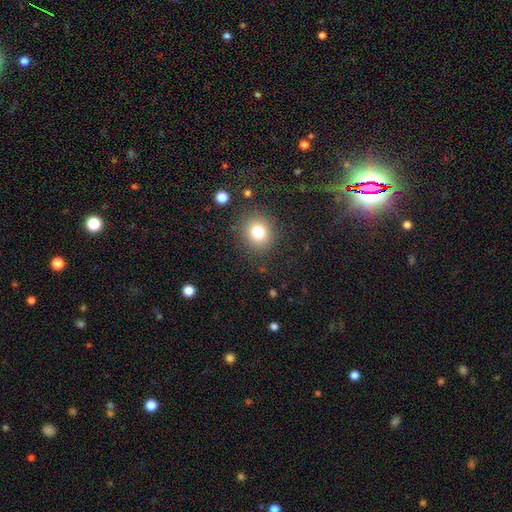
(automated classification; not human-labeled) This is possibly a smooth galaxy (55%). How rounded: clearly round (83%). Merging: clearly none (88%).